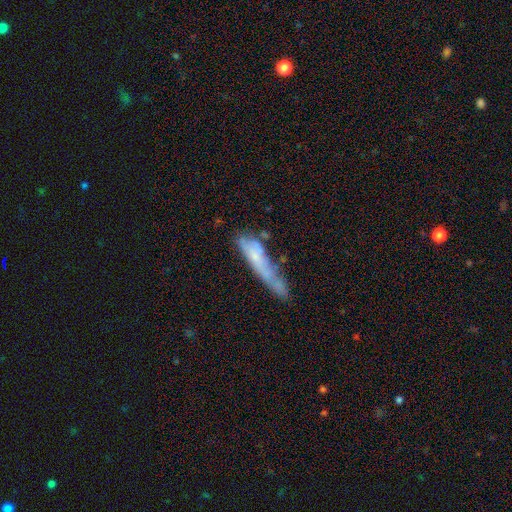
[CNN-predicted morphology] A smooth galaxy with no disk features (53%) that is cigar-shaped (82%).

Vote fractions:
- Smooth or featured? smooth: 53% / featured or disk: 39% / star or artifact: 8%
- How rounded? cigar-shaped: 82% / in between: 16% / round: 2%
- Merging? none: 34% / minor disturbance: 27% / merger: 20% / major disturbance: 18%